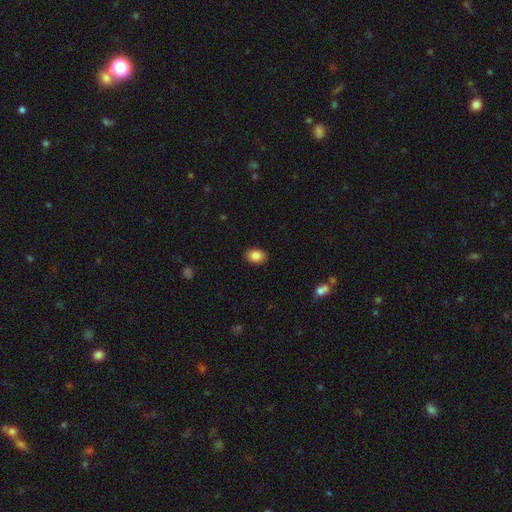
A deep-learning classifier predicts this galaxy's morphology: Smooth or featured: smooth — 86% (star or artifact — 8%)
How rounded: in between — 74% (round — 25%)
Merging: none — 90% (minor disturbance — 8%)